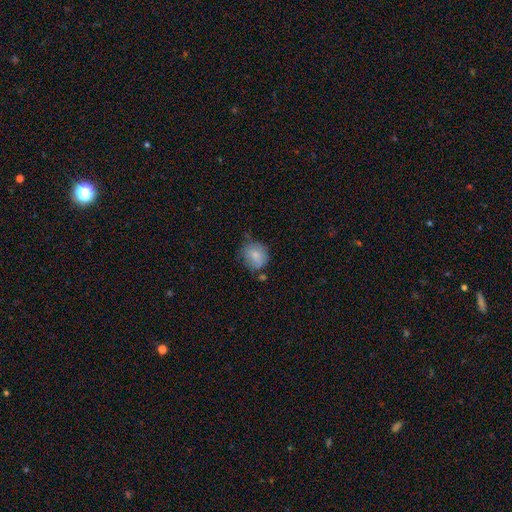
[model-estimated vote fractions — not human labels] Morphology: type=smooth (77%); roundness=round (73%); merging=none (59%).